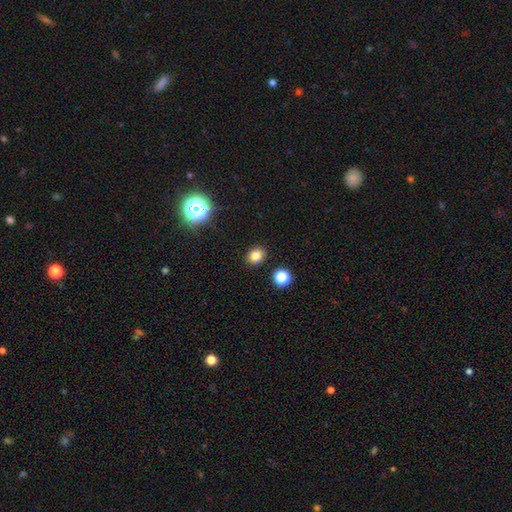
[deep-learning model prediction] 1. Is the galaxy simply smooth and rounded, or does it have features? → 80% smooth, 15% star or artifact, 6% featured or disk.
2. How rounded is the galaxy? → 64% round, 35% in between, 1% cigar-shaped.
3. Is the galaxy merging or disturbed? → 89% none, 7% minor disturbance, 2% merger, 2% major disturbance.